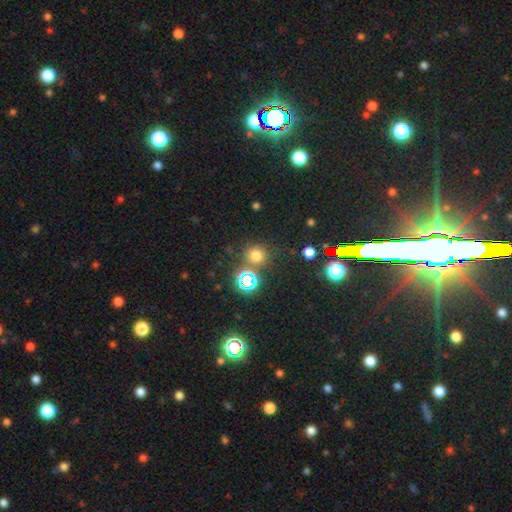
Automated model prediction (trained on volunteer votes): smooth_or_featured: smooth (p=0.65) [alt: star or artifact p=0.29]
how_rounded: round (p=0.91) [alt: in between p=0.08]
merging: none (p=0.77) [alt: merger p=0.10]